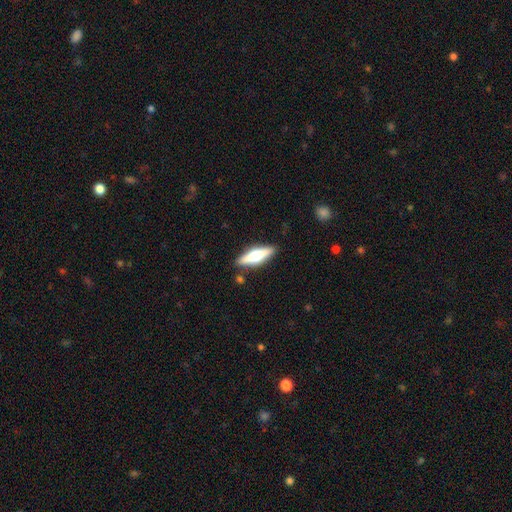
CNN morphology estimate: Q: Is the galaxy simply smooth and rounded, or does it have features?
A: featured or disk — 49%.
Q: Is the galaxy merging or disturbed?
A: none — 87%.